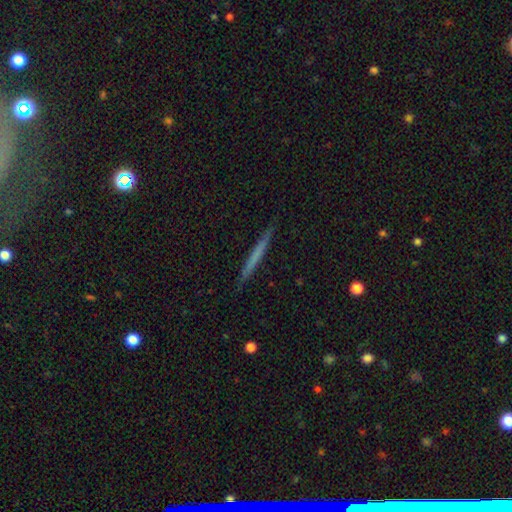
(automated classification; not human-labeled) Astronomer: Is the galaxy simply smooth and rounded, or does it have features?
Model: smooth — 53% (runner-up: featured or disk, 42%).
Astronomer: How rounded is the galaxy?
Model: cigar-shaped — 97%.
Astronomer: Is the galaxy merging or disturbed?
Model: none — 91%.